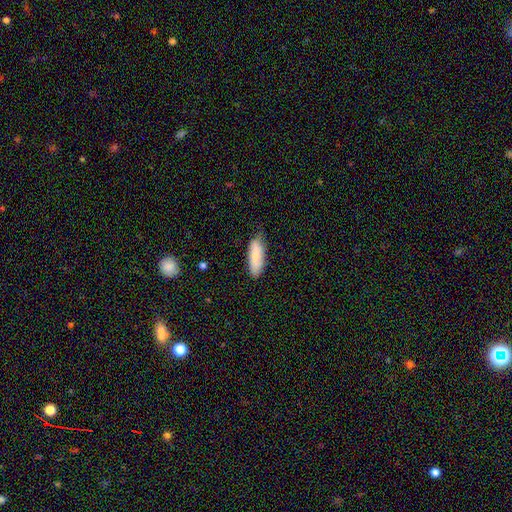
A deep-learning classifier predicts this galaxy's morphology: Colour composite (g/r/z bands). It shows a smooth galaxy with no disk features (82%) that is in between round and cigar-shaped (63%). Merging: none (67%).